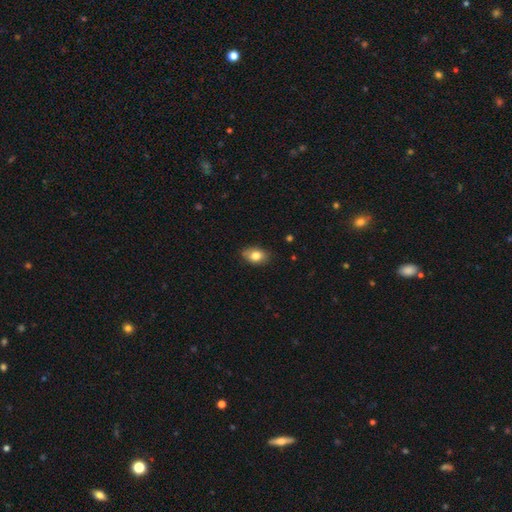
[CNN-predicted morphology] Overall: smooth (82%). How rounded: in between (84%). Merging: none (80%).